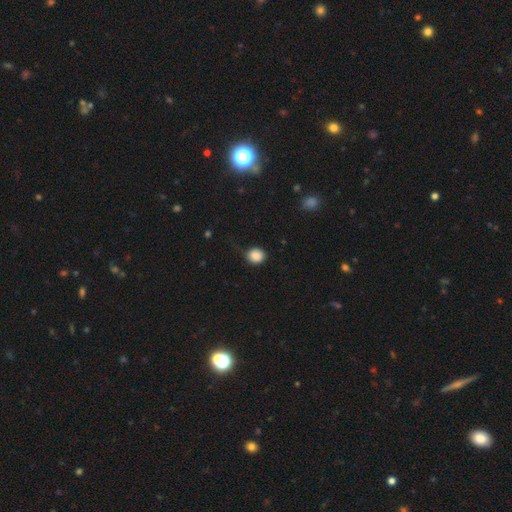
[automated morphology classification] Overall: smooth (87%). How rounded: round (82%). Merging: none (69%).